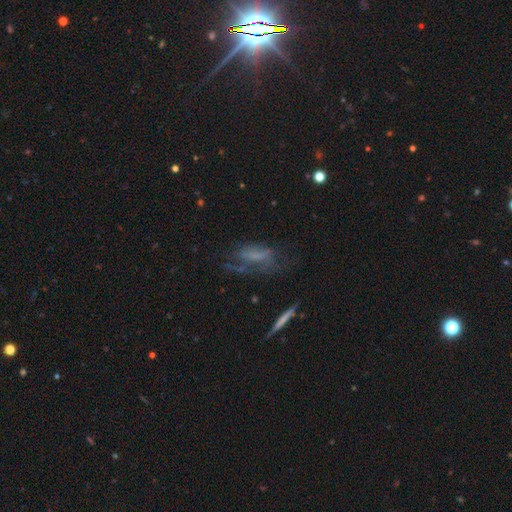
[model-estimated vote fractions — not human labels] A featured or disk galaxy (46%). Merging: none (38%).